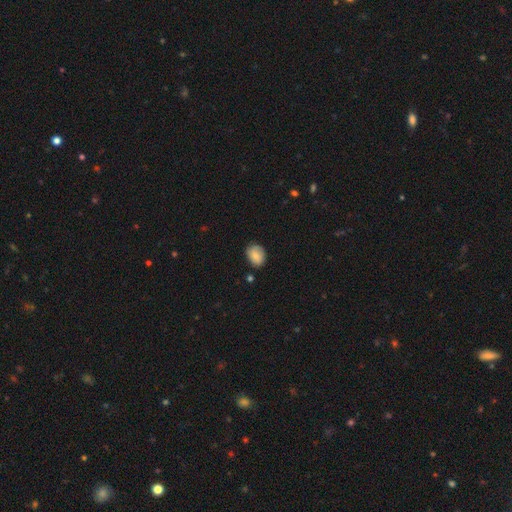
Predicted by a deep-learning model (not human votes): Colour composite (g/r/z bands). It shows a smooth galaxy with no disk features (79%) that is in between round and cigar-shaped (64%). Merging: none (76%).